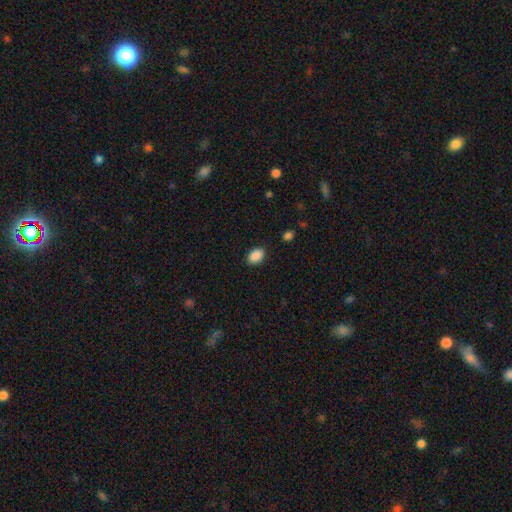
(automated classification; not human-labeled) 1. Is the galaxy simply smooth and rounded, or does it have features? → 90% smooth, 8% star or artifact, 3% featured or disk.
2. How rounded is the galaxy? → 84% in between, 15% round, 1% cigar-shaped.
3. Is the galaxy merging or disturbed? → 88% none, 9% minor disturbance, 2% major disturbance, 1% merger.